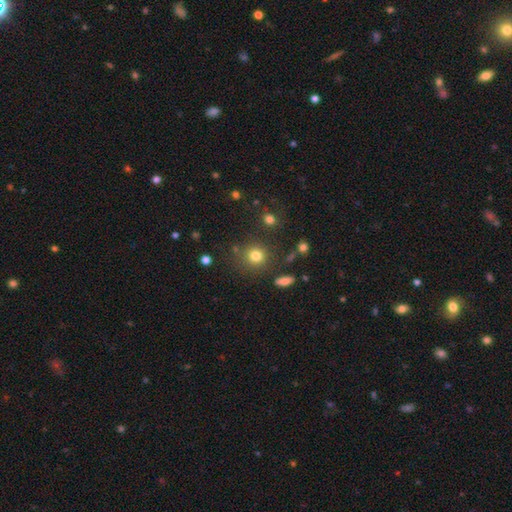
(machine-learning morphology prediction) smooth 79%, star or artifact 14%, featured or disk 7%. Down the decision tree: how rounded — round (89%); merging — none (81%).